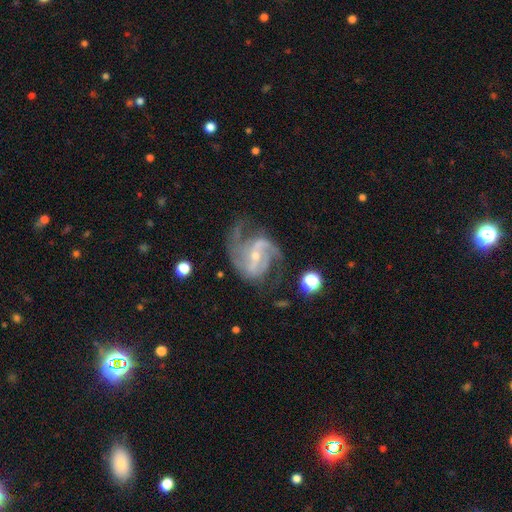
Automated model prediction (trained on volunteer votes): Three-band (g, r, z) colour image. It shows a featured or disk galaxy (90%) with a weak bar (43%), 2 (65%) medium (52%) spiral arms (97%) and a small central bulge (66%). Merging: none (58%).